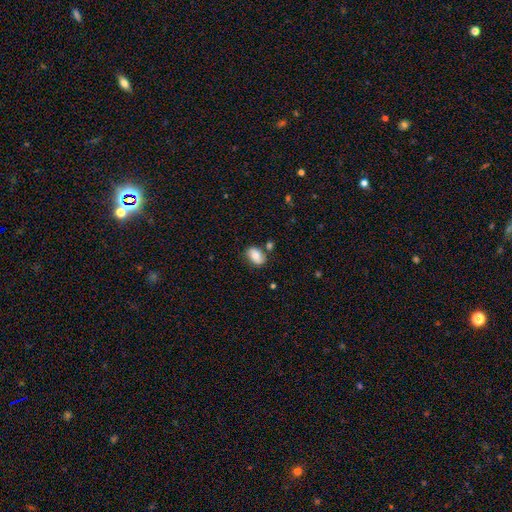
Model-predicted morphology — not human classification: Smooth or featured?
  - smooth: 73% *
  - featured or disk: 18%
  - star or artifact: 8%
How rounded?
  - in between: 83% *
  - round: 15%
  - cigar-shaped: 2%
Merging?
  - none: 68% *
  - minor disturbance: 18%
  - merger: 9%
  - major disturbance: 5%